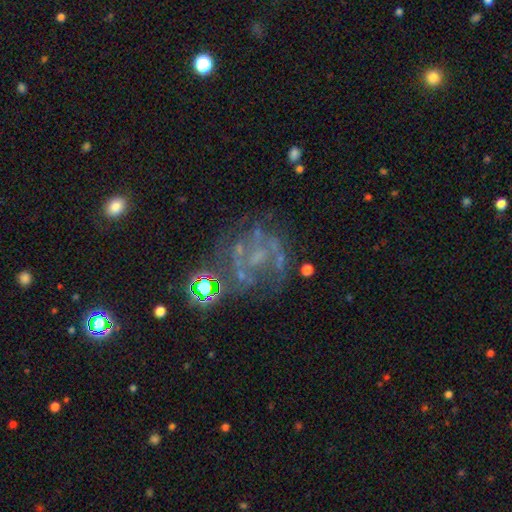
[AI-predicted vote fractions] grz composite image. It shows a featured or disk galaxy (65%) with no bar (69%), spiral arms (55%) and no central bulge (59%). Merging: none (51%).